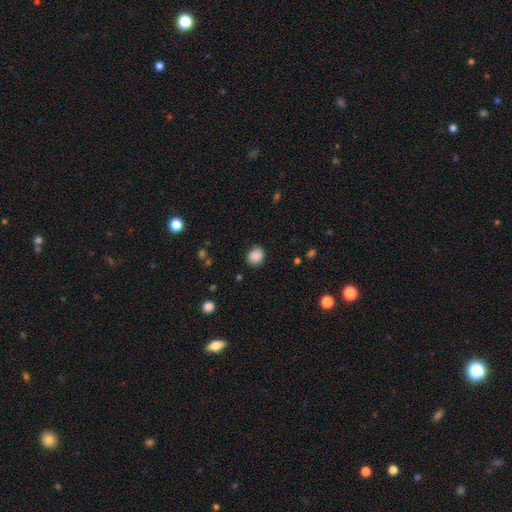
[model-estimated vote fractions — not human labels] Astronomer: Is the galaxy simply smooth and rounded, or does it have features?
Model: smooth — 88%.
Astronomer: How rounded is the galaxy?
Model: round — 63%.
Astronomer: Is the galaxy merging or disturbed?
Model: none — 83%.